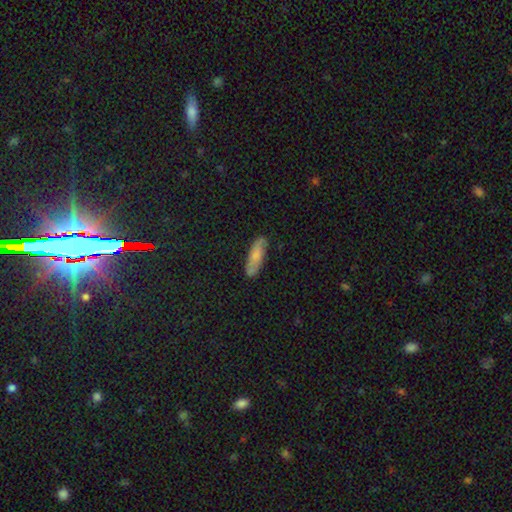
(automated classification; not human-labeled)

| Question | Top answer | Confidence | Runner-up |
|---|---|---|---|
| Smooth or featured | smooth | 68% | featured or disk (25%) |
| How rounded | in between | 51% | cigar-shaped (47%) |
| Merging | none | 78% | minor disturbance (16%) |